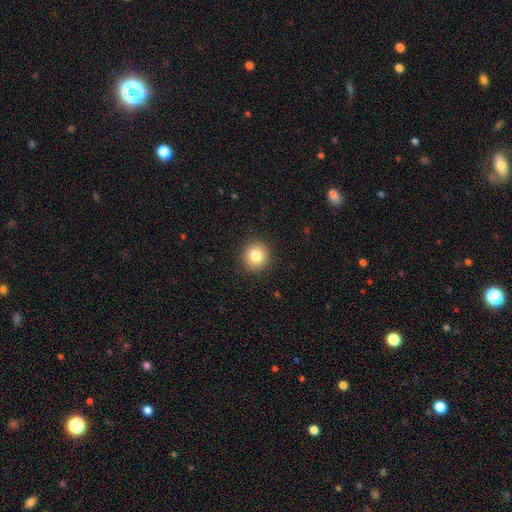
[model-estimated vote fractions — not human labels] smooth_or_featured: smooth (p=0.82) [alt: star or artifact p=0.10]
how_rounded: round (p=0.92) [alt: in between p=0.07]
merging: none (p=0.91) [alt: minor disturbance p=0.06]